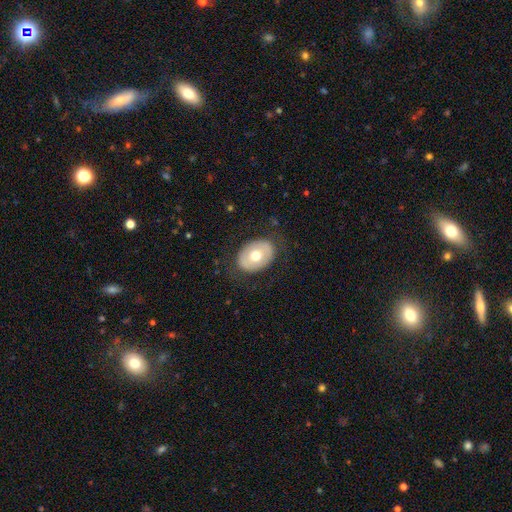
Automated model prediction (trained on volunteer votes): A smooth galaxy with no disk features (58%) that is in between round and cigar-shaped (70%).

Vote fractions:
- Smooth or featured? smooth: 58% / featured or disk: 35% / star or artifact: 7%
- How rounded? in between: 70% / round: 29% / cigar-shaped: 1%
- Merging? none: 80% / minor disturbance: 13% / major disturbance: 6% / merger: 1%